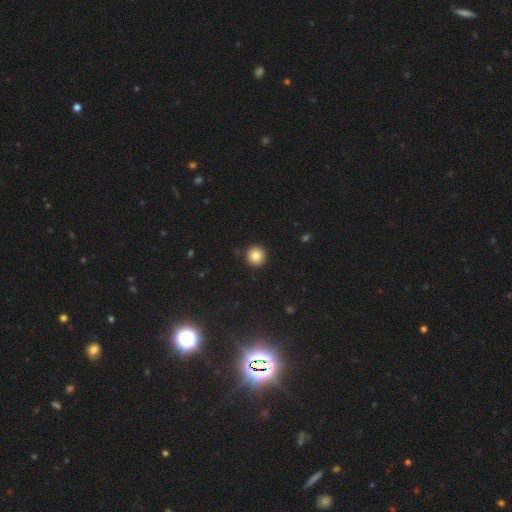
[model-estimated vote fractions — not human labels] smooth 84%, star or artifact 10%, featured or disk 6%. Down the decision tree: how rounded — round (94%); merging — none (92%).